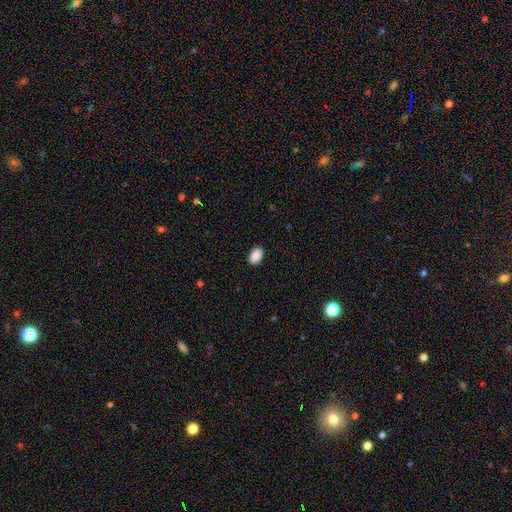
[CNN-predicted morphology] Q: Smooth or featured?
A: smooth (90%); runner-up: star or artifact (7%)
Q: How rounded?
A: in between (91%); runner-up: round (8%)
Q: Merging?
A: none (89%); runner-up: minor disturbance (8%)